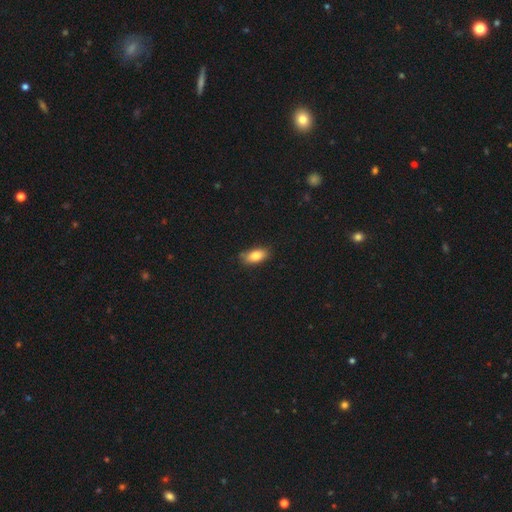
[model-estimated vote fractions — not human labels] A smooth galaxy with no disk features (83%) that is in between round and cigar-shaped (89%).

Vote fractions:
- Smooth or featured? smooth: 83% / featured or disk: 9% / star or artifact: 8%
- How rounded? in between: 89% / cigar-shaped: 7% / round: 4%
- Merging? none: 77% / minor disturbance: 19% / major disturbance: 3% / merger: 1%